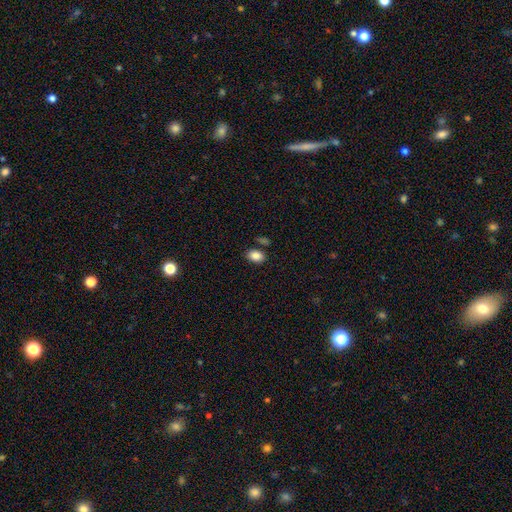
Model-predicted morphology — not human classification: Overall: smooth (86%). How rounded: in between (77%). Merging: none (79%).